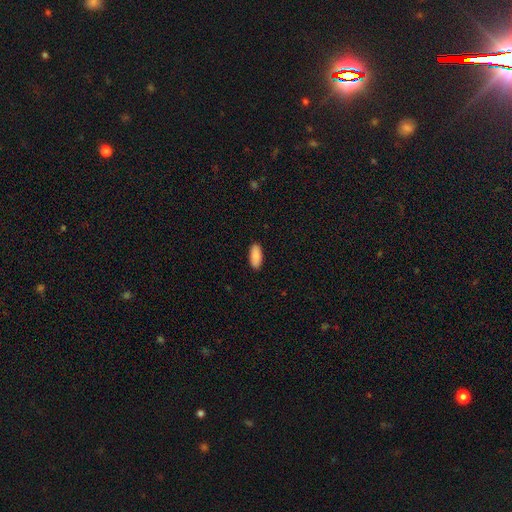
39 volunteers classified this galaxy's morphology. smooth_or_featured: smooth (p=0.92) [alt: star or artifact p=0.05]
how_rounded: in between (p=0.81) [alt: cigar-shaped p=0.19]
merging: none (p=0.84) [alt: minor disturbance p=0.11]